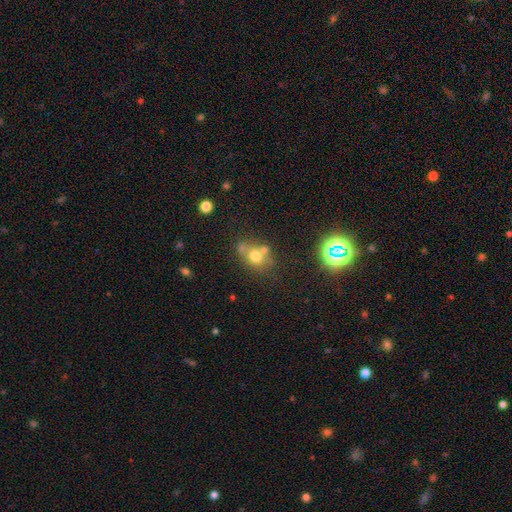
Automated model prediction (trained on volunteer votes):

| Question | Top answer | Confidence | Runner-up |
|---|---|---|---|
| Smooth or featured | smooth | 65% | featured or disk (19%) |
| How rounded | round | 52% | in between (46%) |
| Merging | none | 51% | merger (28%) |